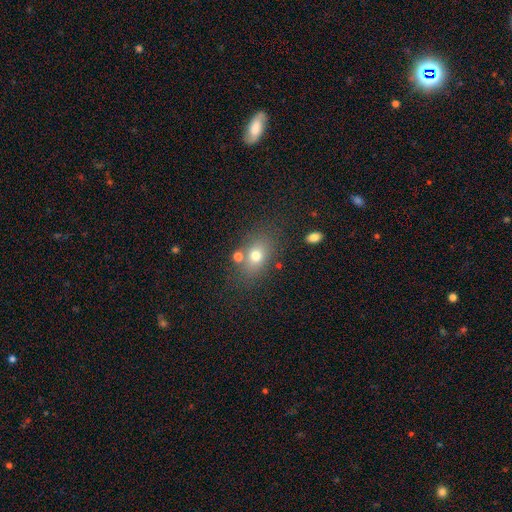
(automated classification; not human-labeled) smooth-or-featured: smooth: 71% | featured or disk: 16% | star or artifact: 13%
  how-rounded: in between: 69% | round: 29% | cigar-shaped: 2%
  merging: none: 66% | merger: 14% | minor disturbance: 14% | major disturbance: 6%